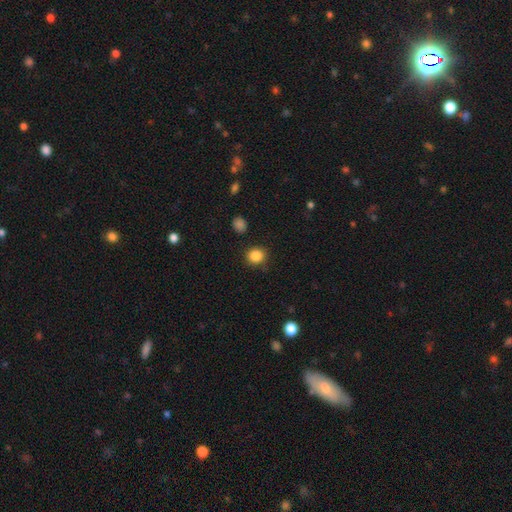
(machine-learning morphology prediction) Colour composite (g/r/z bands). It shows a smooth galaxy with no disk features (86%) that is round (87%). Merging: none (86%).